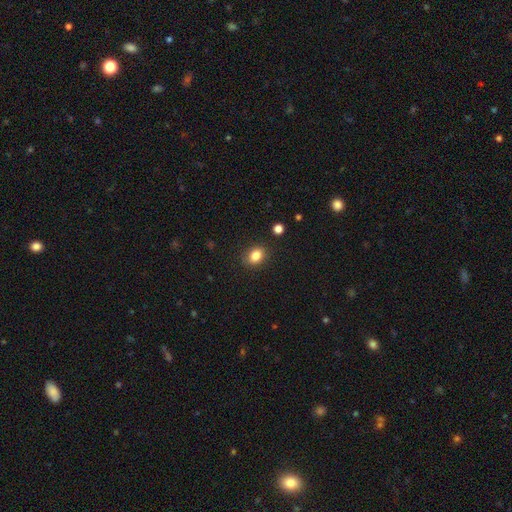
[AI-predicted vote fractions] This appears to be a smooth galaxy with no disk features (84%) that is in between round and cigar-shaped (58%). Merging: none (87%).